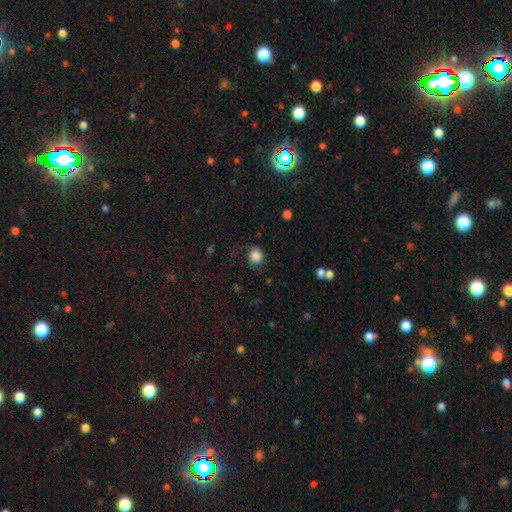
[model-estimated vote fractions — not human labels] Smooth or featured? Predicted: smooth (p=0.85). How rounded? Predicted: round (p=0.72). Merging? Predicted: none (p=0.74).